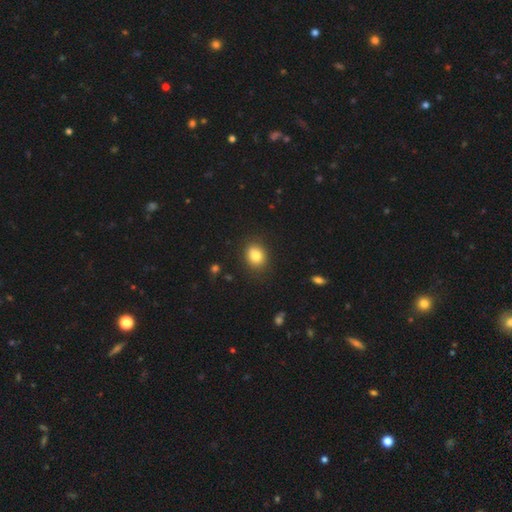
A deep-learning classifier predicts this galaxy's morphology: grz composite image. It shows a smooth galaxy with no disk features (82%) that is round (55%). Merging: none (85%).